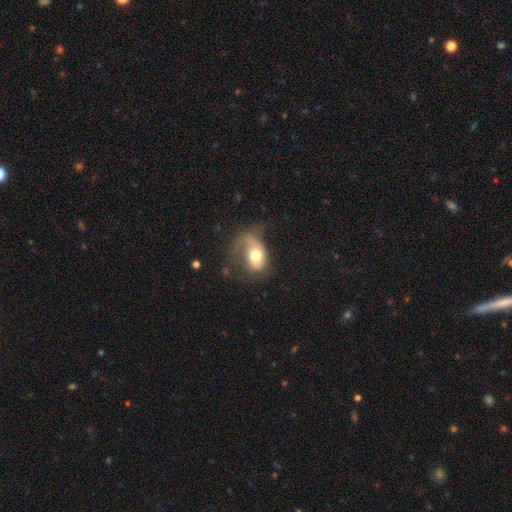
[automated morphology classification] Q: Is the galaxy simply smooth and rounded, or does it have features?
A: smooth — 55%.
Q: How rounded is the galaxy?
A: in between — 74%.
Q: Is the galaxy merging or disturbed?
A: major disturbance — 45%.